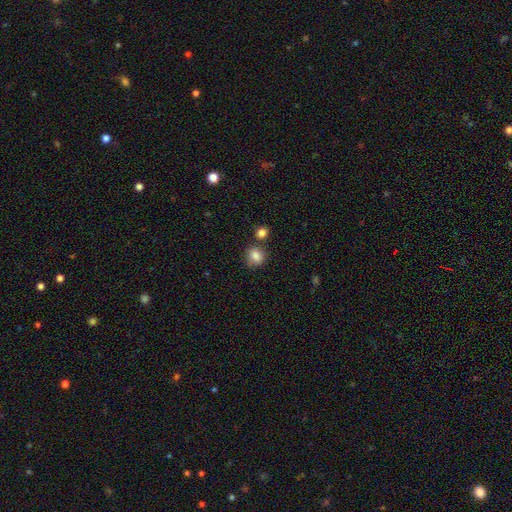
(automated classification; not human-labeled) smooth 84%, star or artifact 10%, featured or disk 6%. Down the decision tree: how rounded — round (74%); merging — none (71%).